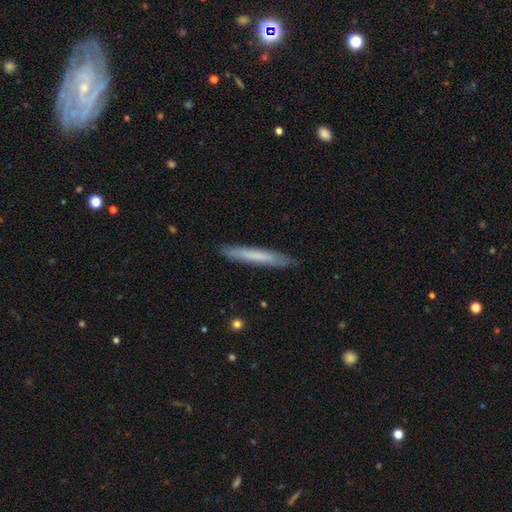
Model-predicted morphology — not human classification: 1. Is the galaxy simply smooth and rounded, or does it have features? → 64% smooth, 30% featured or disk, 6% star or artifact.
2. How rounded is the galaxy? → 95% cigar-shaped, 3% in between, 1% round.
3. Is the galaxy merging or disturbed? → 88% none, 9% minor disturbance, 2% major disturbance, 1% merger.